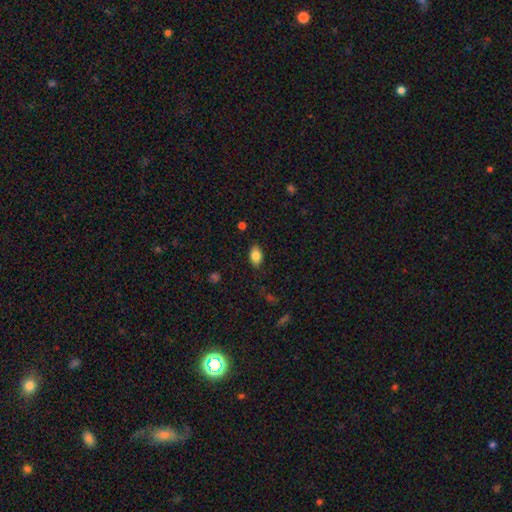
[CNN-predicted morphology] smooth 84%, star or artifact 8%, featured or disk 8%. Down the decision tree: how rounded — in between (89%); merging — none (86%).